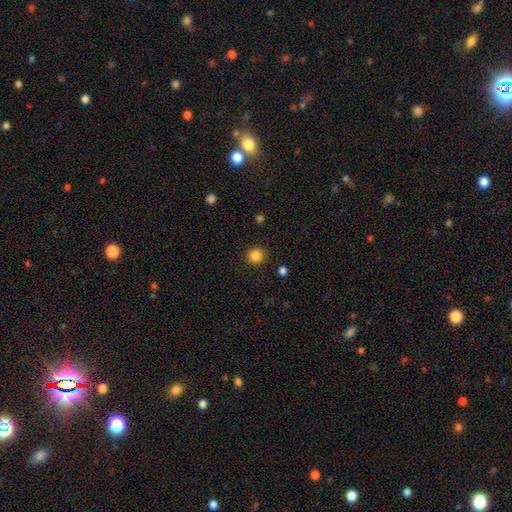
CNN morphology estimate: Q: Smooth or featured?
A: smooth (85%); runner-up: star or artifact (11%)
Q: How rounded?
A: round (94%); runner-up: in between (5%)
Q: Merging?
A: none (91%); runner-up: minor disturbance (6%)